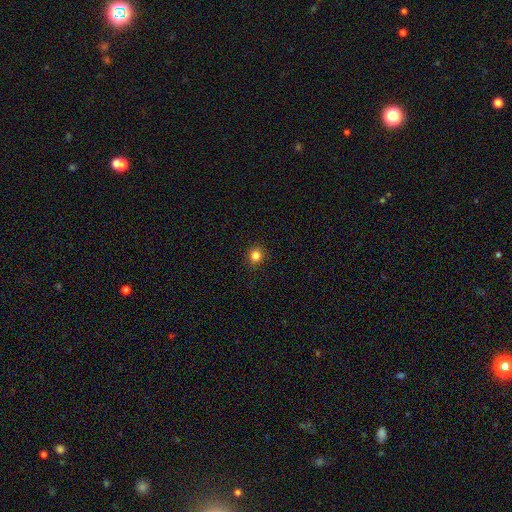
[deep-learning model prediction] Smooth or featured?
  - smooth: 83% *
  - star or artifact: 13%
  - featured or disk: 5%
How rounded?
  - round: 87% *
  - in between: 12%
  - cigar-shaped: 1%
Merging?
  - none: 91% *
  - minor disturbance: 7%
  - major disturbance: 2%
  - merger: 1%